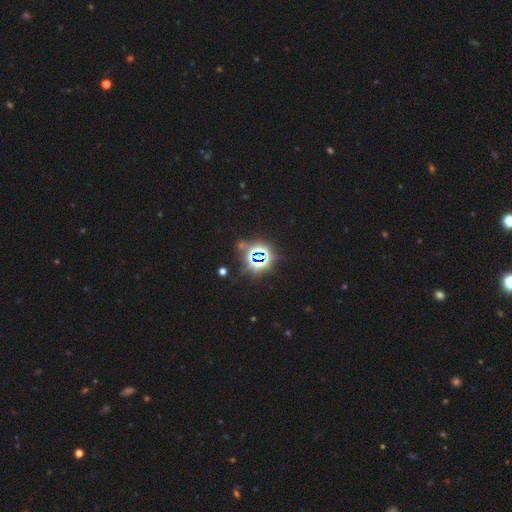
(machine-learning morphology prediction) The model was most divided on "smooth or featured": star or artifact: 80%, smooth: 13%, featured or disk: 8%.